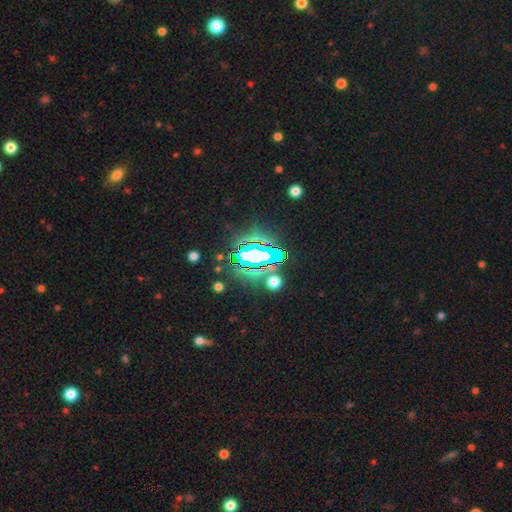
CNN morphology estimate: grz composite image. It shows a star or artifact, not a galaxy (70%).